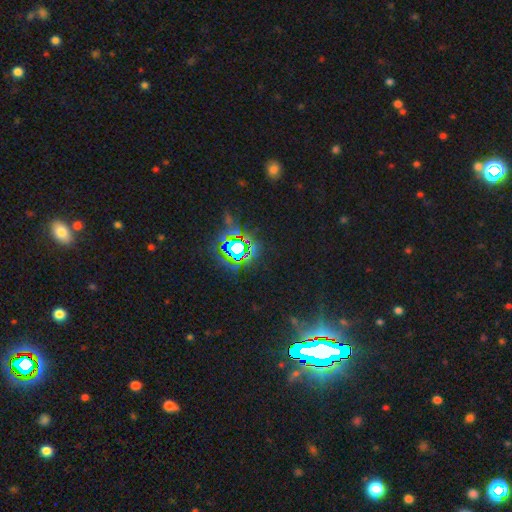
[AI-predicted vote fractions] The model was most divided on "smooth or featured": star or artifact: 83%, smooth: 10%, featured or disk: 7%.